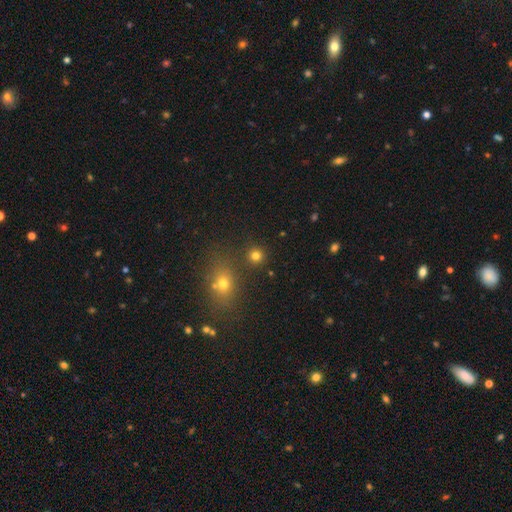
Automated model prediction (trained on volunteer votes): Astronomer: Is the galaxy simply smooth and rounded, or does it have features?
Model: smooth — 77%.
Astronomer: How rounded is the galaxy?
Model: round — 91%.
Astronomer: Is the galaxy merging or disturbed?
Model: none — 82%.